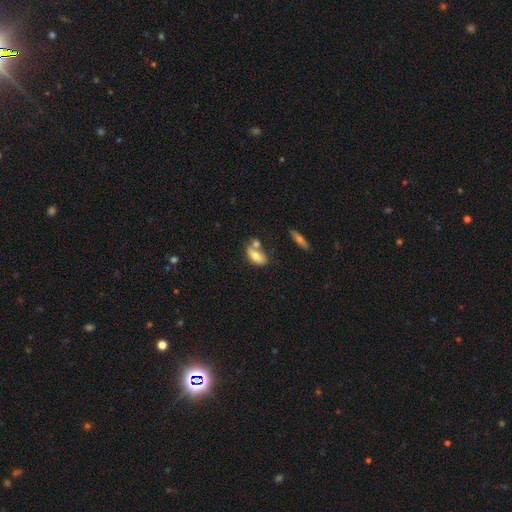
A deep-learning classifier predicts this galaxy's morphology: Smooth or featured? smooth (70%)
How rounded? in between (86%)
Merging? none (42%)